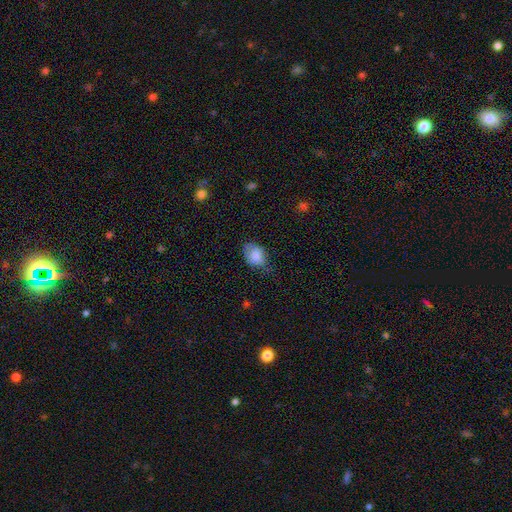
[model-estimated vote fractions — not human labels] A smooth galaxy with no disk features (83%) that is in between round and cigar-shaped (75%). Merging: none (48%).